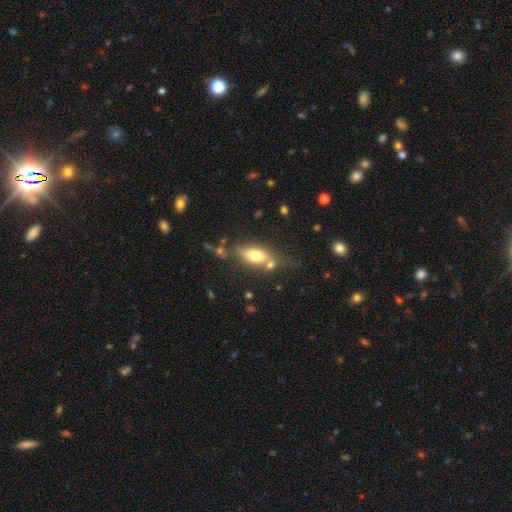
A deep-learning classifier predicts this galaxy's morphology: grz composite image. It shows a smooth galaxy with no disk features (66%) that is in between round and cigar-shaped (79%). Merging: none (56%).